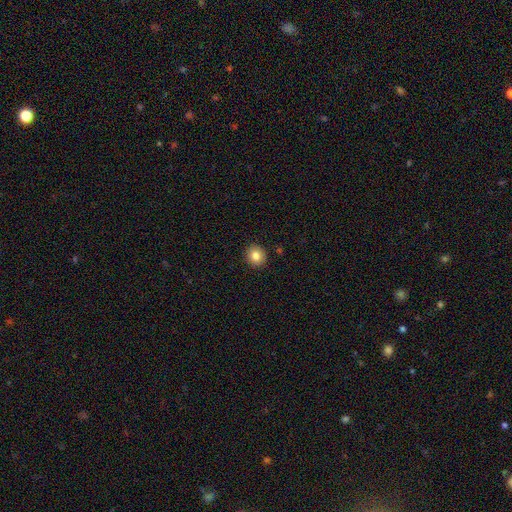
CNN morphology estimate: This is clearly a smooth galaxy (84%). How rounded: clearly round (85%). Merging: clearly none (92%).